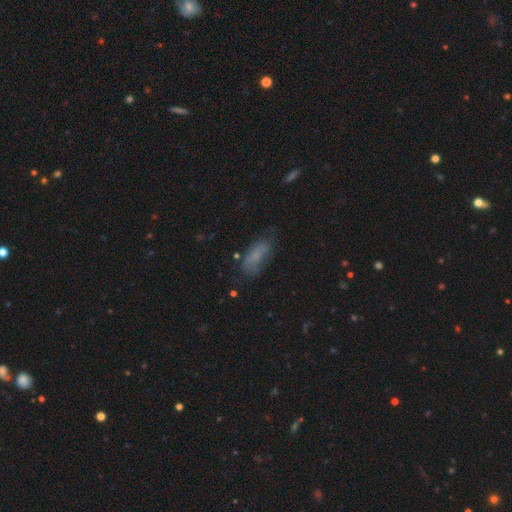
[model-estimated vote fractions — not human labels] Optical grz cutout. It shows a smooth galaxy with no disk features (69%) that is in between round and cigar-shaped (76%). Merging: none (58%).